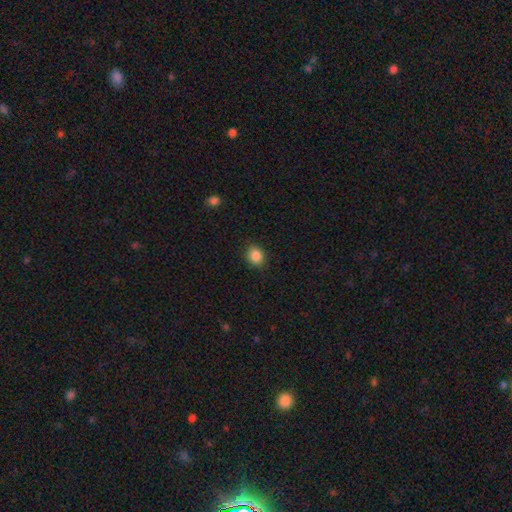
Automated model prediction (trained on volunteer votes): Q: Smooth or featured?
A: smooth (87%); runner-up: star or artifact (9%)
Q: How rounded?
A: round (57%); runner-up: in between (42%)
Q: Merging?
A: none (87%); runner-up: minor disturbance (9%)